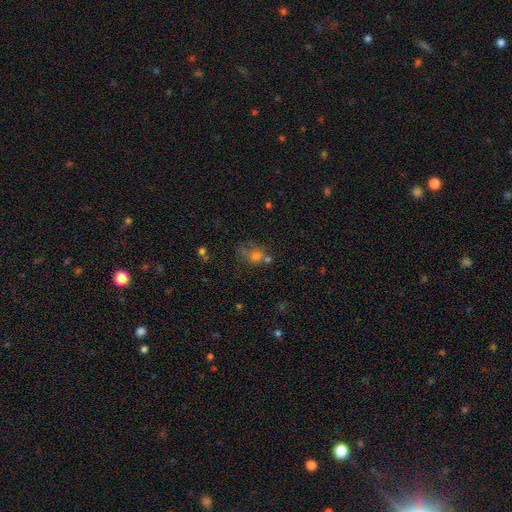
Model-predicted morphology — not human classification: smooth-or-featured: smooth: 64% | featured or disk: 19% | star or artifact: 17%
  how-rounded: round: 61% | in between: 38% | cigar-shaped: 2%
  merging: none: 40% | merger: 30% | minor disturbance: 17% | major disturbance: 13%